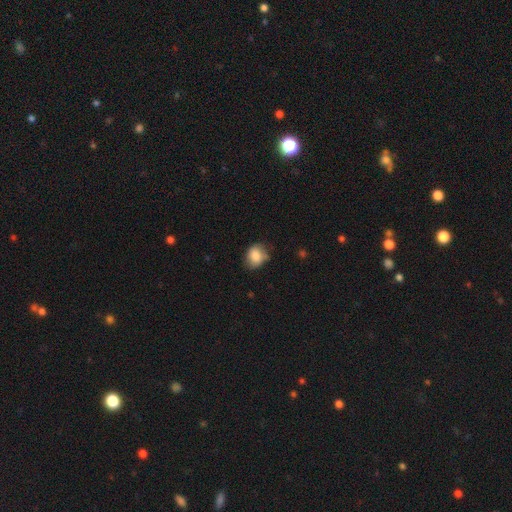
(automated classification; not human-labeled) Q: Smooth or featured?
A: smooth (83%); runner-up: featured or disk (9%)
Q: How rounded?
A: in between (50%); runner-up: round (49%)
Q: Merging?
A: none (61%); runner-up: minor disturbance (30%)